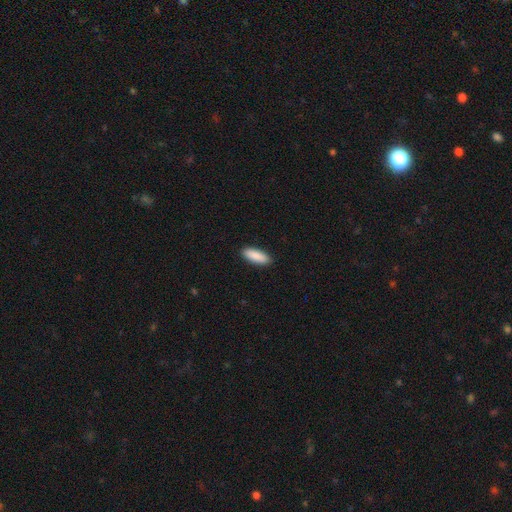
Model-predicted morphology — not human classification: Smooth or featured? Predicted: smooth (p=0.90). How rounded? Predicted: in between (p=0.69). Merging? Predicted: none (p=0.91).